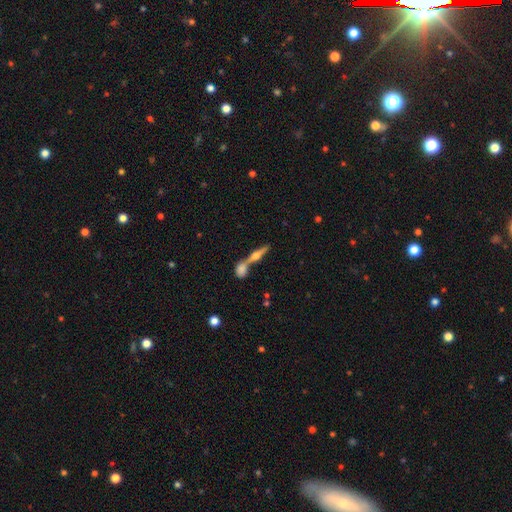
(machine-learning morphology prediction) This is possibly a featured or disk galaxy (59%). It is clearly viewed edge-on (91%). Edge-on bulge: clearly rounded (92%). Merging: possibly none (47%).